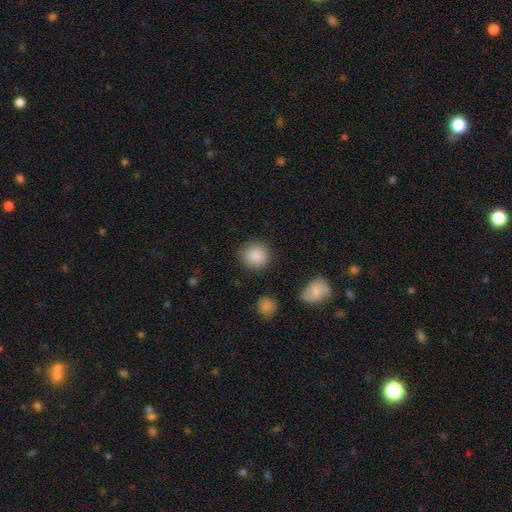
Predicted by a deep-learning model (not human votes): The model was most divided on "merging": none: 87%, minor disturbance: 8%, major disturbance: 3%, merger: 2%. More confident: how rounded — round (91%); smooth or featured — smooth (88%).